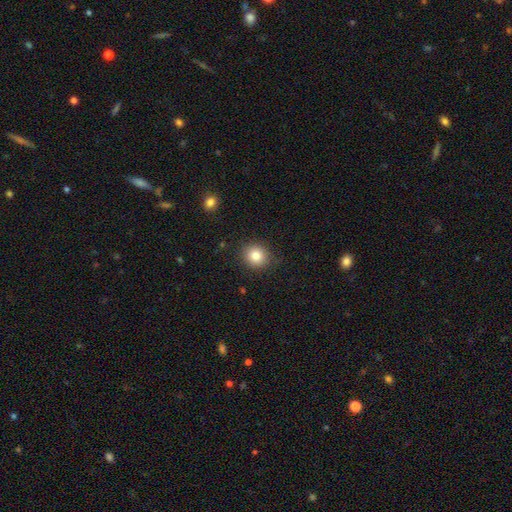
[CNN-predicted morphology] A smooth galaxy with no disk features (82%) that is round (86%).

Vote fractions:
- Smooth or featured? smooth: 82% / star or artifact: 11% / featured or disk: 7%
- How rounded? round: 86% / in between: 13% / cigar-shaped: 1%
- Merging? none: 87% / minor disturbance: 9% / major disturbance: 3% / merger: 1%